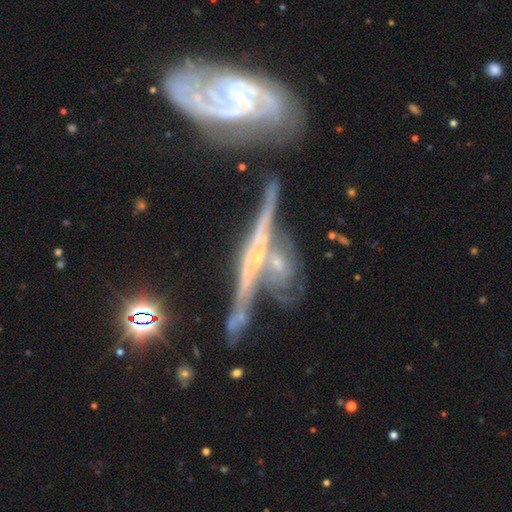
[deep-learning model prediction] Smooth or featured?
  - featured or disk: 83% *
  - smooth: 9%
  - star or artifact: 8%
Edge-on disk?
  - yes: 89% *
  - no: 11%
Edge-on bulge?
  - rounded: 61% *
  - none: 28%
  - boxy: 11%
Merging?
  - none: 44% *
  - merger: 32%
  - minor disturbance: 16%
  - major disturbance: 8%